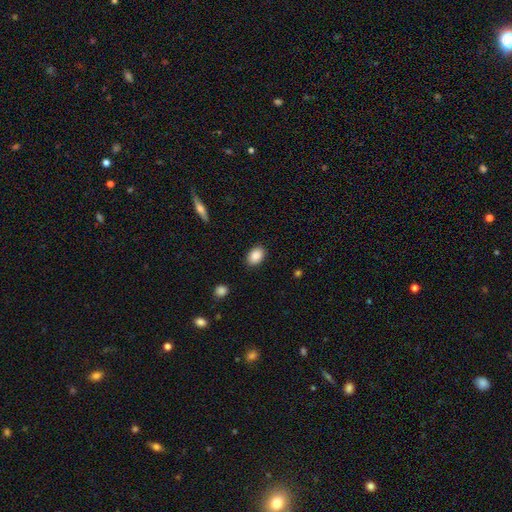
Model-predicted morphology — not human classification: The model was most divided on "how rounded": in between: 77%, round: 22%, cigar-shaped: 1%. More confident: smooth or featured — smooth (87%); merging — none (87%).